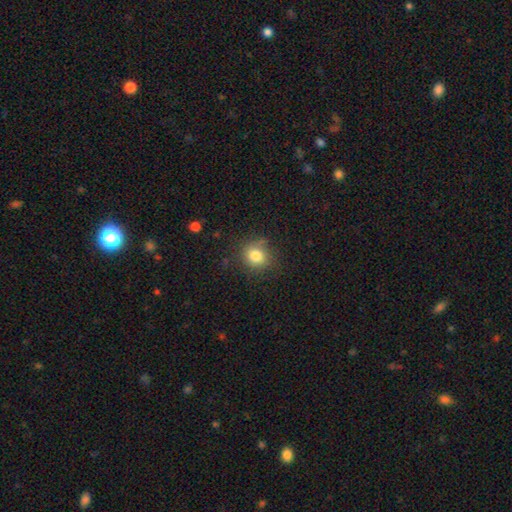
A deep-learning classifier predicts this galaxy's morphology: A smooth galaxy with no disk features (81%) that is round (81%).

Vote fractions:
- Smooth or featured? smooth: 81% / star or artifact: 12% / featured or disk: 8%
- How rounded? round: 81% / in between: 18% / cigar-shaped: 1%
- Merging? none: 78% / minor disturbance: 15% / major disturbance: 5% / merger: 2%